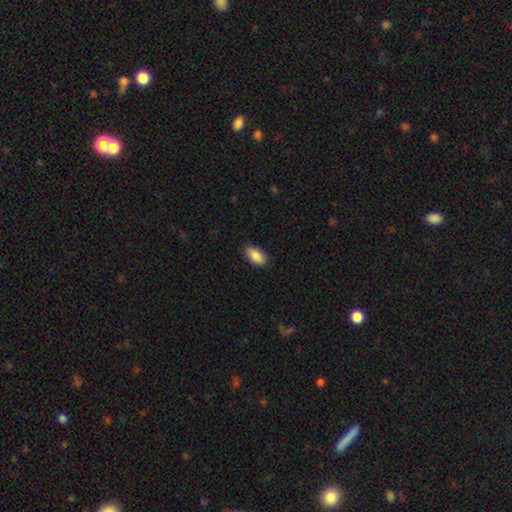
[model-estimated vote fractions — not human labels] A smooth galaxy with no disk features (88%) that is in between round and cigar-shaped (94%). Merging: none (89%).